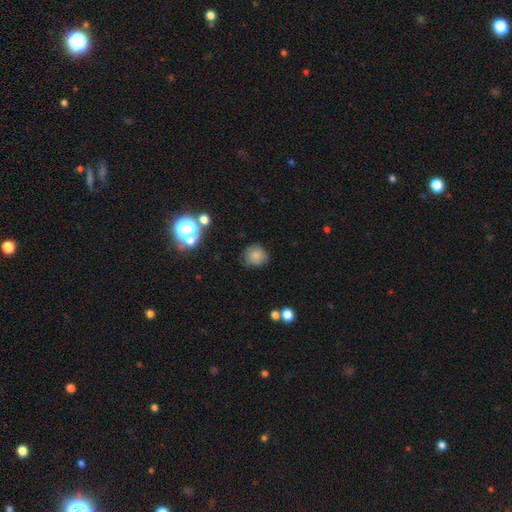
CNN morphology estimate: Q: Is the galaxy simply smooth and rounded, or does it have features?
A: smooth — 79%.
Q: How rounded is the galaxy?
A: round — 86%.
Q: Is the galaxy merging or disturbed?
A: none — 77%.